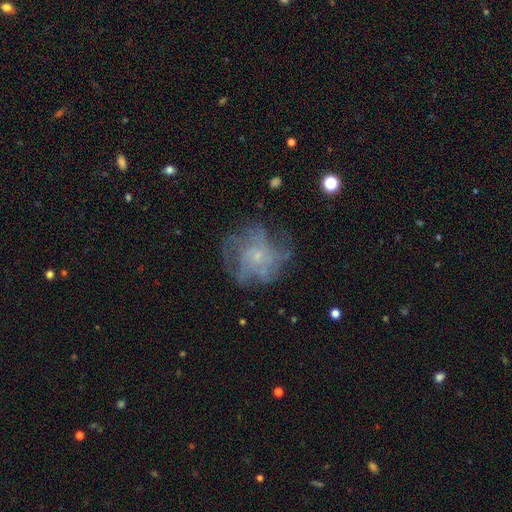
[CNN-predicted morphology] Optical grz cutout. It shows a featured or disk galaxy (59%) with no bar (79%), spiral arms (80%) and a small central bulge (68%). Merging: none (73%).